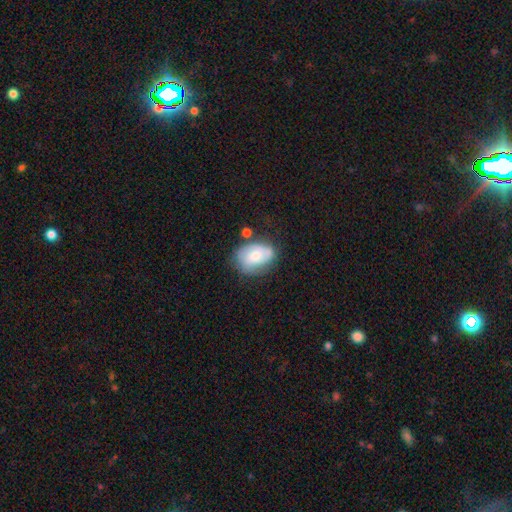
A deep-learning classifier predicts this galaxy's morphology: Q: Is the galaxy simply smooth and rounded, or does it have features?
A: smooth — 54%.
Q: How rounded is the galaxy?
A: in between — 78%.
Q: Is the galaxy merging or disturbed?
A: none — 54%.